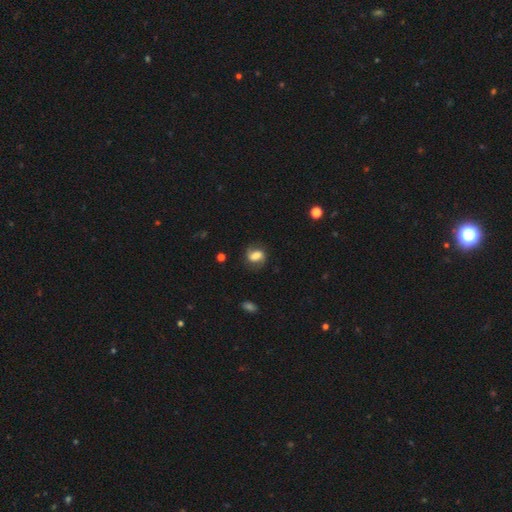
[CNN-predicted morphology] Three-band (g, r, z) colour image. It shows a featured or disk galaxy (51%). Merging: none (72%).